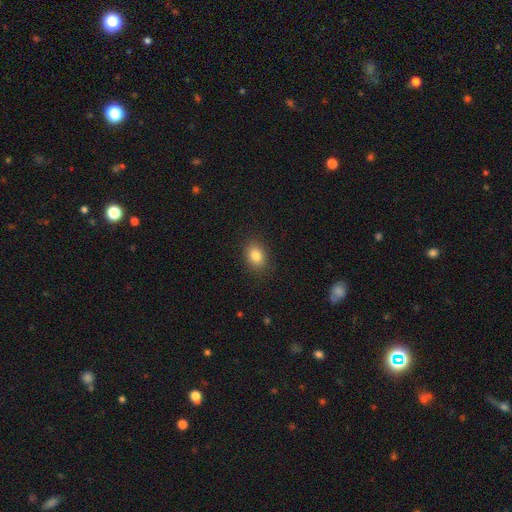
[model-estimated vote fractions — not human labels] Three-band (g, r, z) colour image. It shows a smooth galaxy with no disk features (83%) that is in between round and cigar-shaped (63%). Merging: none (87%).